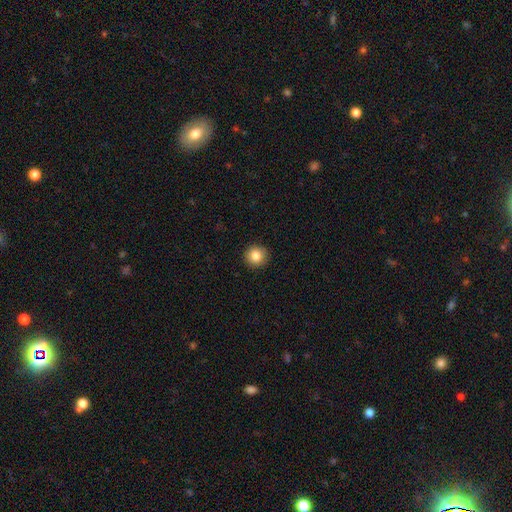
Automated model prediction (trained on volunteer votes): smooth 85%, star or artifact 9%, featured or disk 6%. Down the decision tree: how rounded — round (94%); merging — none (92%).